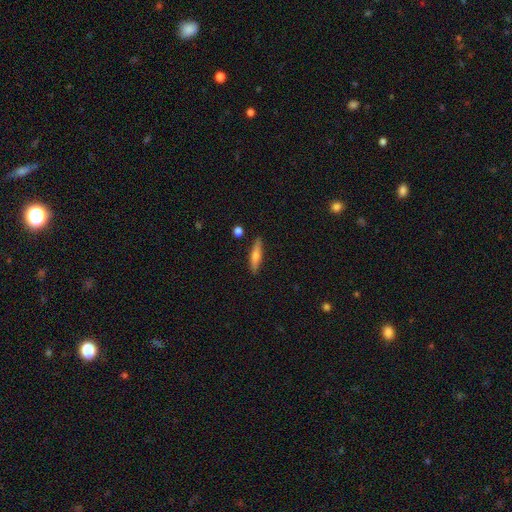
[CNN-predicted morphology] This appears to be a smooth galaxy with no disk features (53%) that is cigar-shaped (81%). Merging: none (87%).